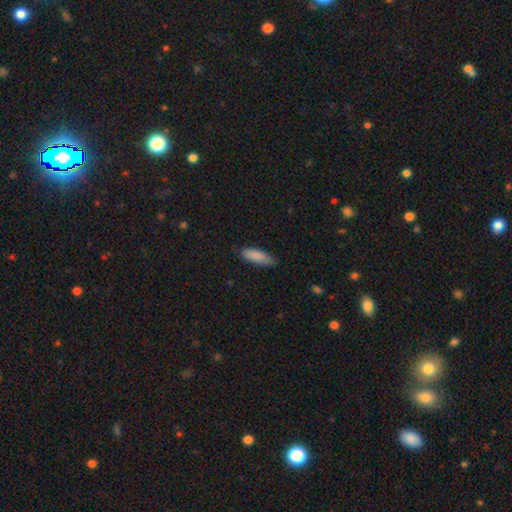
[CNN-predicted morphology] A smooth galaxy with no disk features (87%) that is in between round and cigar-shaped (61%).

Vote fractions:
- Smooth or featured? smooth: 87% / featured or disk: 7% / star or artifact: 6%
- How rounded? in between: 61% / cigar-shaped: 37% / round: 2%
- Merging? none: 73% / minor disturbance: 23% / major disturbance: 3% / merger: 1%